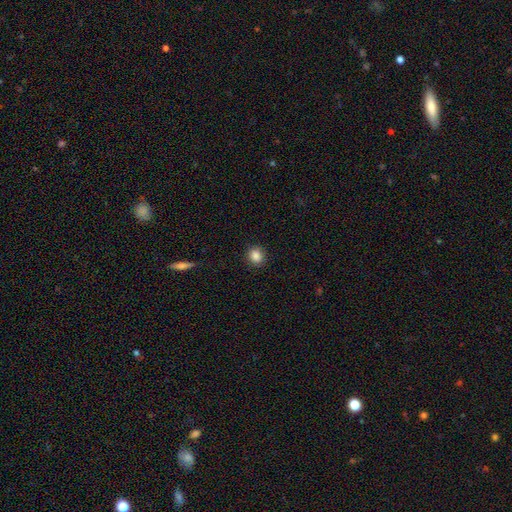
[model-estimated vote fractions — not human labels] smooth 86%, star or artifact 10%, featured or disk 4%. Down the decision tree: how rounded — round (78%); merging — none (90%).